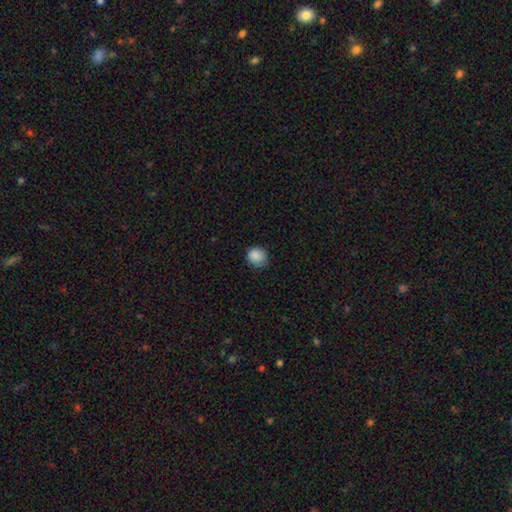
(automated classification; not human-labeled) smooth 88%, star or artifact 8%, featured or disk 4%. Down the decision tree: how rounded — round (83%); merging — none (75%).